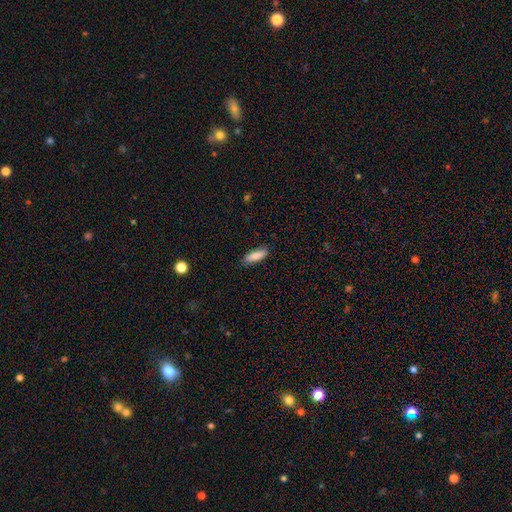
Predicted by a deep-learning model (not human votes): Smooth or featured: smooth — 87% (featured or disk — 7%)
How rounded: in between — 52% (cigar-shaped — 46%)
Merging: none — 85% (minor disturbance — 11%)